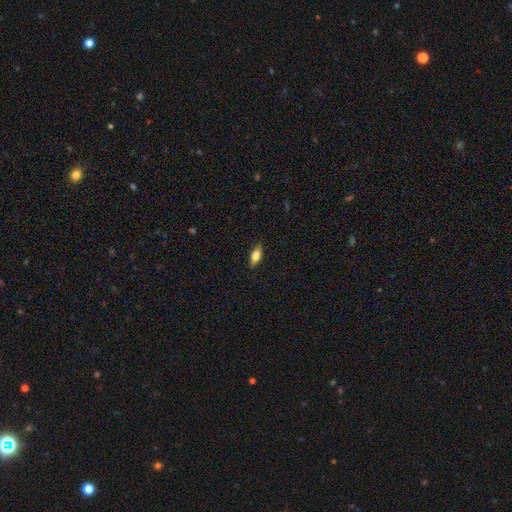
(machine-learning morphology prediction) Overall: smooth (74%). How rounded: in between (79%). Merging: none (87%).